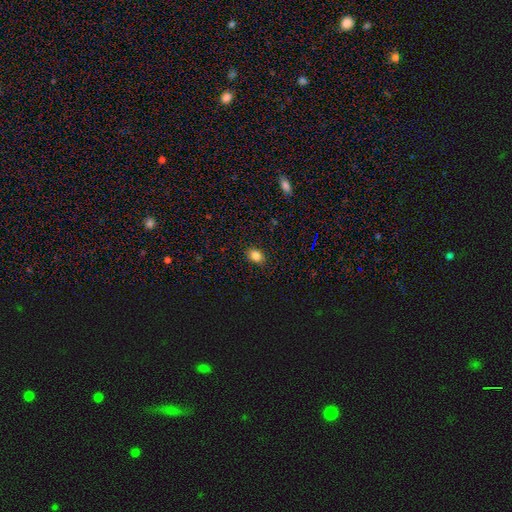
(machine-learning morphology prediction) Smooth or featured? smooth (84%)
How rounded? in between (69%)
Merging? none (88%)